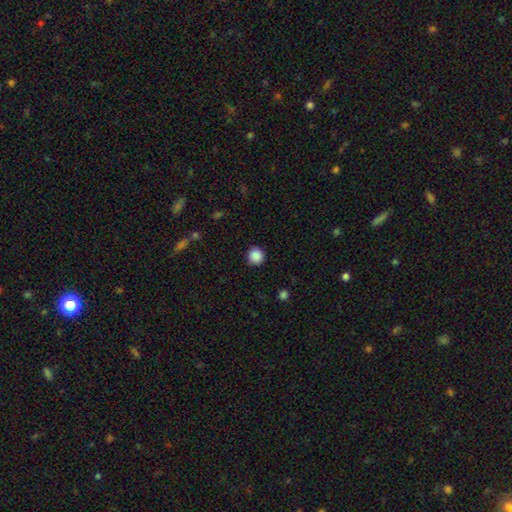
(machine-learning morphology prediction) smooth_or_featured: smooth (p=0.89) [alt: star or artifact p=0.09]
how_rounded: round (p=0.93) [alt: in between p=0.06]
merging: none (p=0.90) [alt: minor disturbance p=0.06]